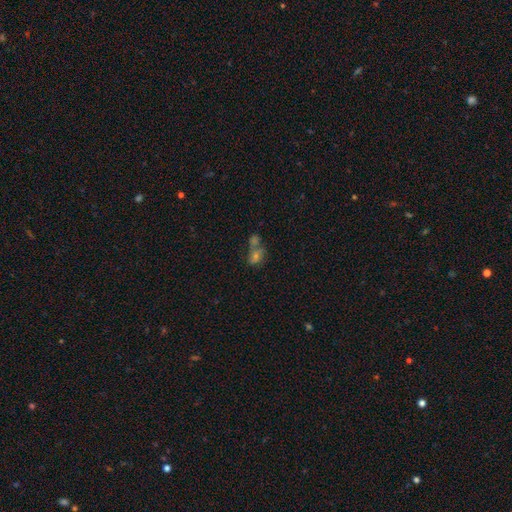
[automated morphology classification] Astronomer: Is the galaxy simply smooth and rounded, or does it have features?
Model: smooth — 45% (runner-up: star or artifact, 28%).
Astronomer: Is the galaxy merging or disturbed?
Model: merger — 46% (runner-up: none, 35%).